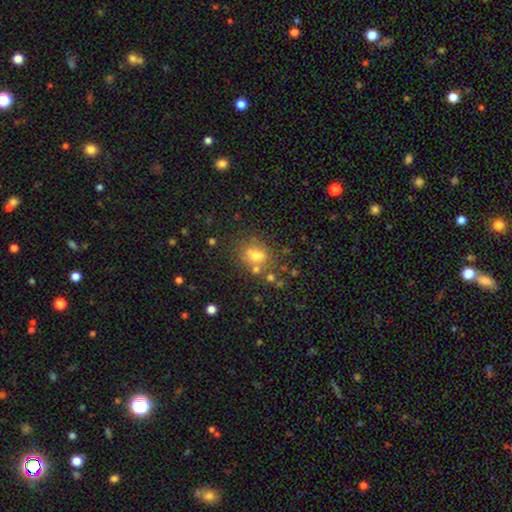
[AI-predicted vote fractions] This is likely a smooth galaxy (63%). How rounded: possibly in between (55%). Merging: possibly none (58%).